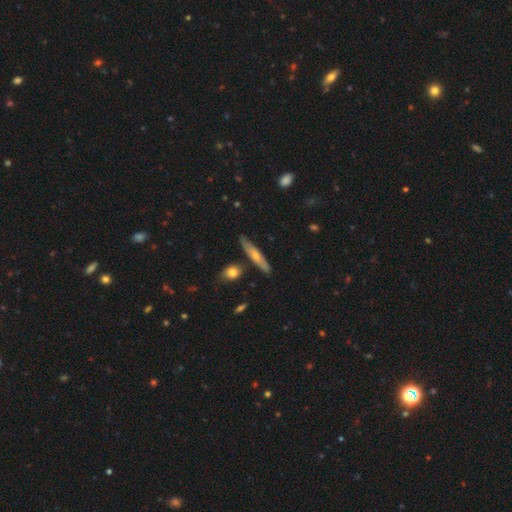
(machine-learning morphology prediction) smooth-or-featured: smooth: 54% | featured or disk: 40% | star or artifact: 6%
  how-rounded: cigar-shaped: 86% | in between: 12% | round: 2%
  merging: none: 80% | minor disturbance: 12% | merger: 5% | major disturbance: 2%